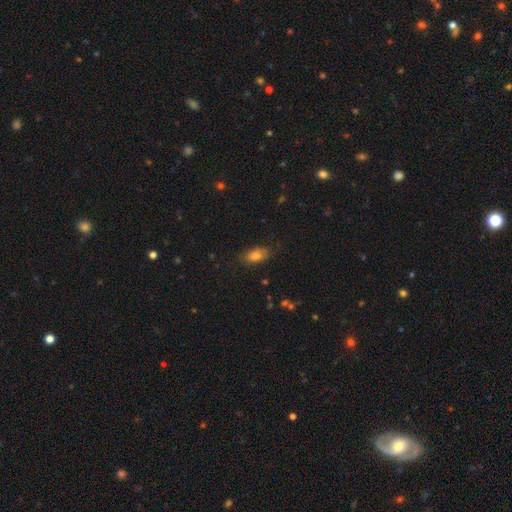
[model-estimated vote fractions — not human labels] A smooth galaxy with no disk features (75%) that is in between round and cigar-shaped (87%). Merging: none (77%).